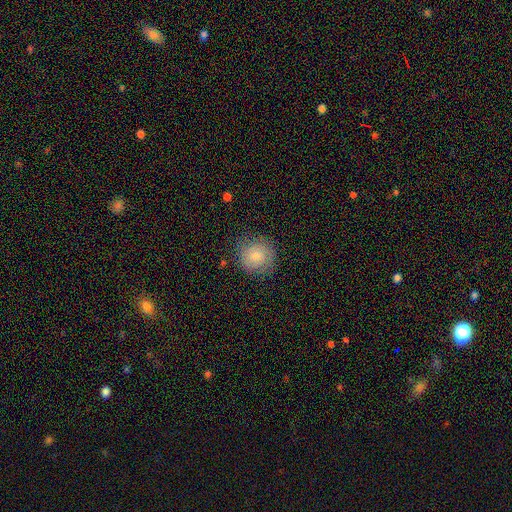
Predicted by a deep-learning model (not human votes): Smooth or featured: smooth — 61% (featured or disk — 30%)
How rounded: round — 90% (in between — 9%)
Merging: none — 77% (minor disturbance — 16%)